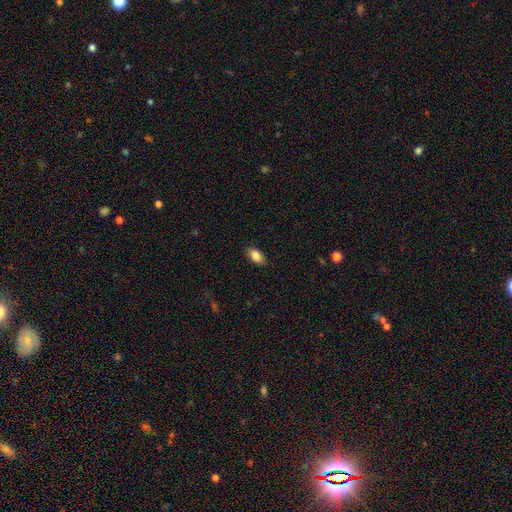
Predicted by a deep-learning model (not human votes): A smooth galaxy with no disk features (87%) that is in between round and cigar-shaped (92%).

Vote fractions:
- Smooth or featured? smooth: 87% / star or artifact: 7% / featured or disk: 6%
- How rounded? in between: 92% / round: 4% / cigar-shaped: 4%
- Merging? none: 87% / minor disturbance: 10% / major disturbance: 2% / merger: 1%